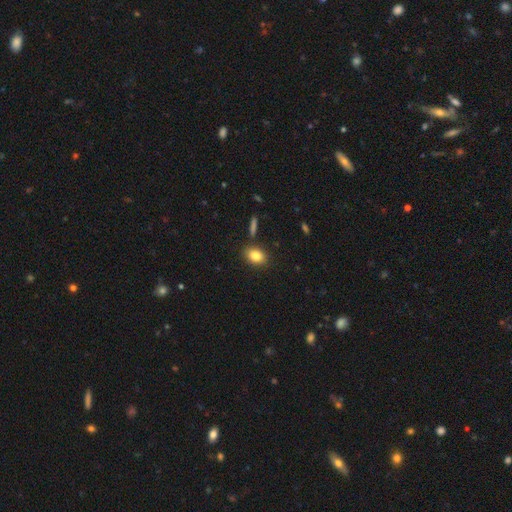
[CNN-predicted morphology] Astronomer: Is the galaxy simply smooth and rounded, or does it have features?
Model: smooth — 83%.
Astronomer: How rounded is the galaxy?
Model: in between — 67%.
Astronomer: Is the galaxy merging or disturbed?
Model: none — 84%.